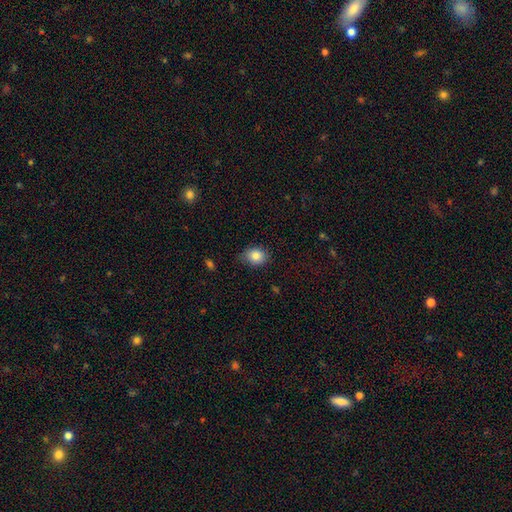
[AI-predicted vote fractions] This appears to be a smooth galaxy with no disk features (84%) that is in between round and cigar-shaped (52%). Merging: none (76%).